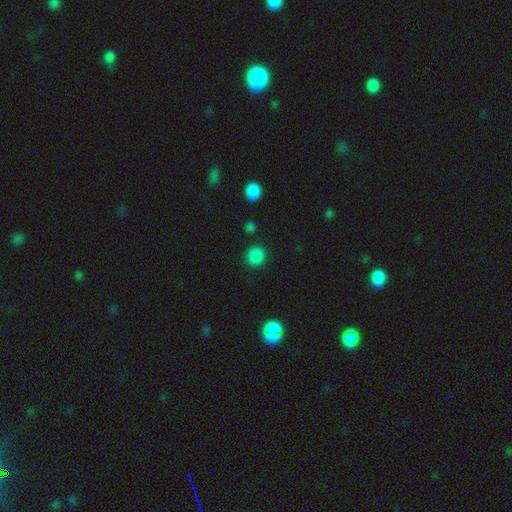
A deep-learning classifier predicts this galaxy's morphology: Q: Smooth or featured?
A: smooth (85%); runner-up: star or artifact (12%)
Q: How rounded?
A: round (88%); runner-up: in between (11%)
Q: Merging?
A: none (89%); runner-up: minor disturbance (7%)